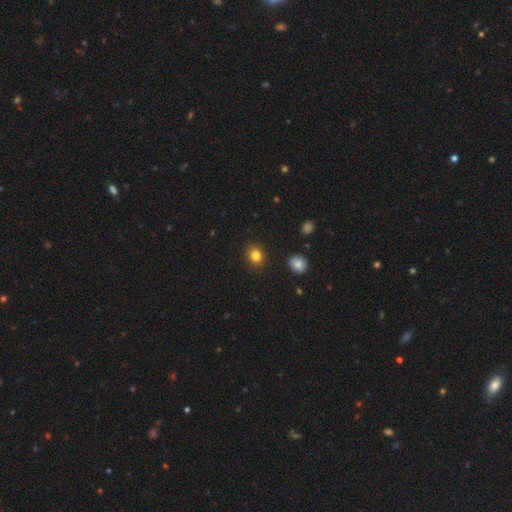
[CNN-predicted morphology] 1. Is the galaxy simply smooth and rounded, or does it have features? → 83% smooth, 12% star or artifact, 5% featured or disk.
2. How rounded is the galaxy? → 72% round, 27% in between, 1% cigar-shaped.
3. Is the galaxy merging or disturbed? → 91% none, 6% minor disturbance, 2% major disturbance, 1% merger.